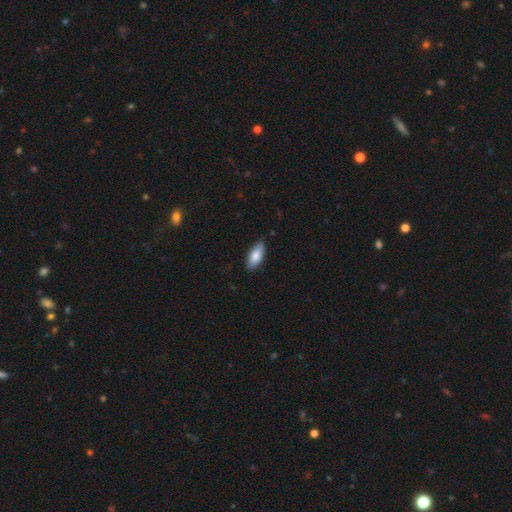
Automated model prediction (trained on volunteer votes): Smooth or featured? Predicted: smooth (p=0.83). How rounded? Predicted: in between (p=0.81). Merging? Predicted: none (p=0.87).